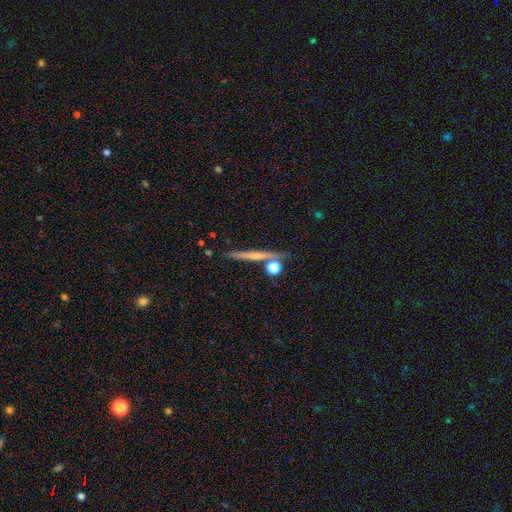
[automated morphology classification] A featured or disk galaxy (52%) viewed edge-on (95%). Merging: none (81%).